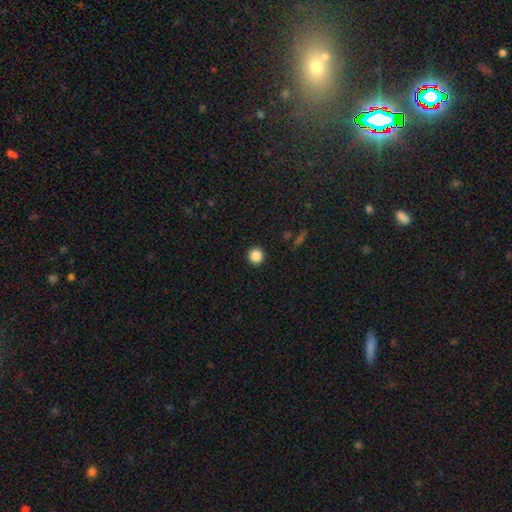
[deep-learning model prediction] A smooth galaxy with no disk features (87%) that is round (95%). Merging: none (93%).